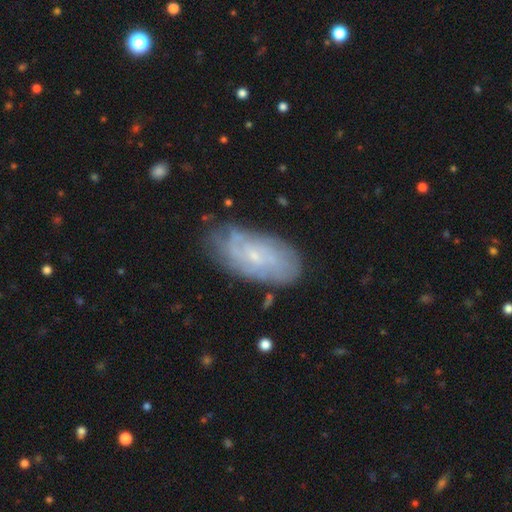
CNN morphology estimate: Smooth or featured: featured or disk — 66% (smooth — 26%)
Edge-on disk: no — 93% (yes — 7%)
Bar: no — 66% (weak — 29%)
Spiral arms: yes — 83% (no — 17%)
Spiral winding: tight — 65% (medium — 26%)
Spiral arm count: can't tell — 61% (2 — 13%)
Bulge size: small — 82% (moderate — 12%)
Merging: none — 70% (minor disturbance — 22%)